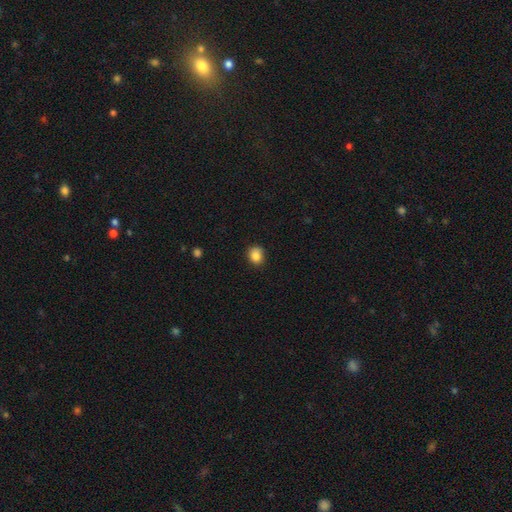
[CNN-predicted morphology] This appears to be a smooth galaxy with no disk features (86%) that is round (69%). Merging: none (85%).